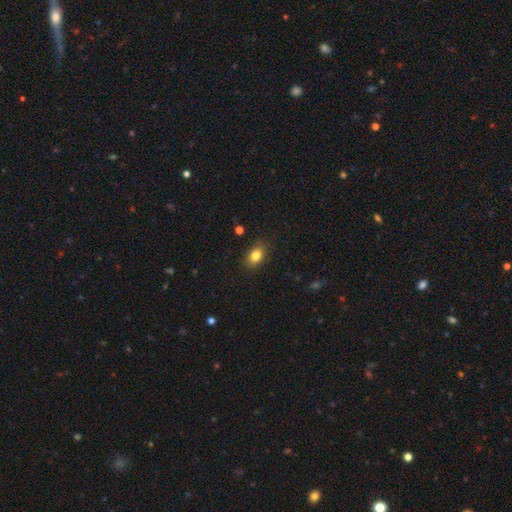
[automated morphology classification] smooth-or-featured: smooth: 83% | star or artifact: 10% | featured or disk: 8%
  how-rounded: in between: 75% | round: 23% | cigar-shaped: 2%
  merging: none: 85% | minor disturbance: 11% | major disturbance: 3% | merger: 1%